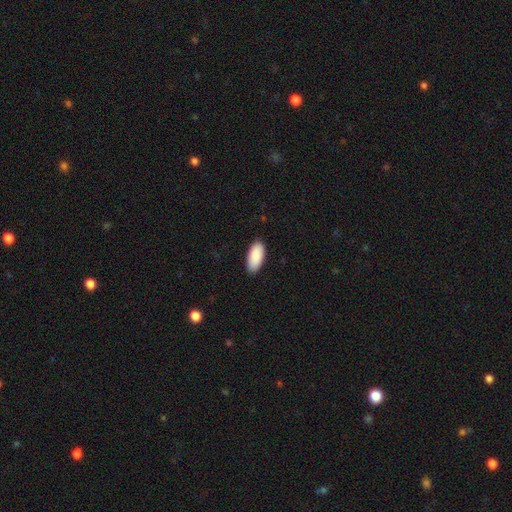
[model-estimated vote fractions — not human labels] Morphology: type=smooth (90%); roundness=in between (93%); merging=none (88%).